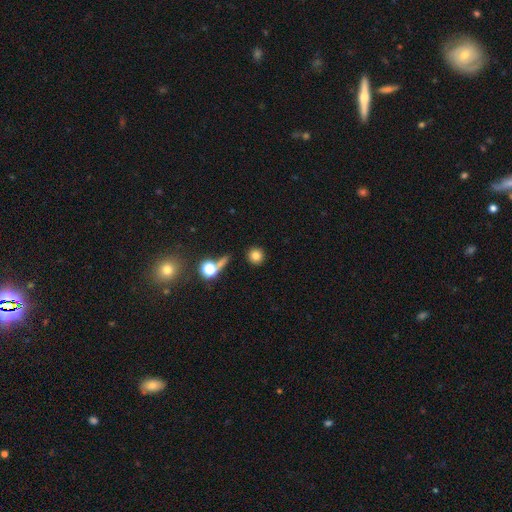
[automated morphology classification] Q: Smooth or featured?
A: smooth (78%); runner-up: star or artifact (14%)
Q: How rounded?
A: round (93%); runner-up: in between (6%)
Q: Merging?
A: none (87%); runner-up: minor disturbance (7%)